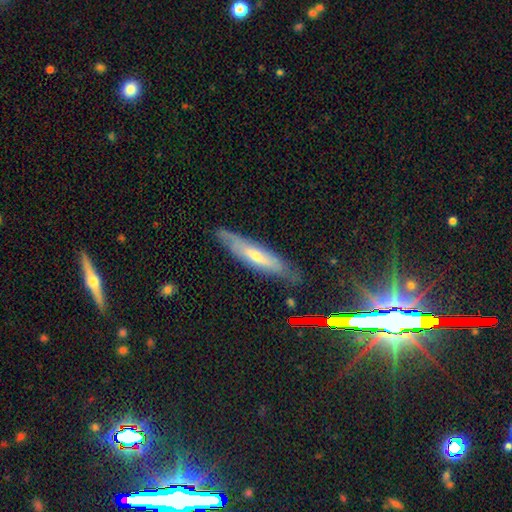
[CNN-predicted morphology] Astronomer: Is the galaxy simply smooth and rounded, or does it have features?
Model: featured or disk — 49% (runner-up: smooth, 44%).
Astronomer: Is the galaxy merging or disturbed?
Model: none — 75%.